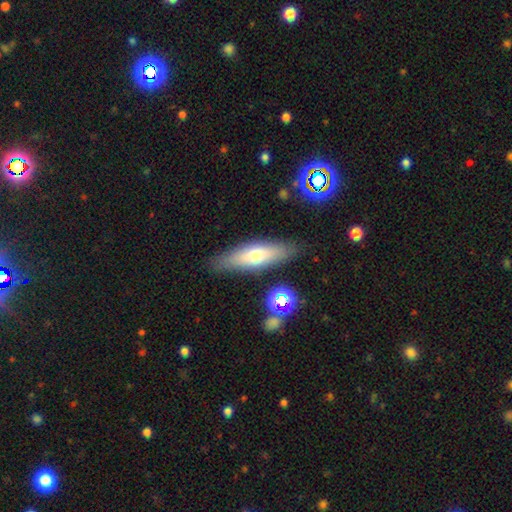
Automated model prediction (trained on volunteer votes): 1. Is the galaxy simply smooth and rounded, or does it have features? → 57% smooth, 35% featured or disk, 8% star or artifact.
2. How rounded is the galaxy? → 57% cigar-shaped, 40% in between, 2% round.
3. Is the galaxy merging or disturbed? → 85% none, 10% minor disturbance, 3% major disturbance, 2% merger.